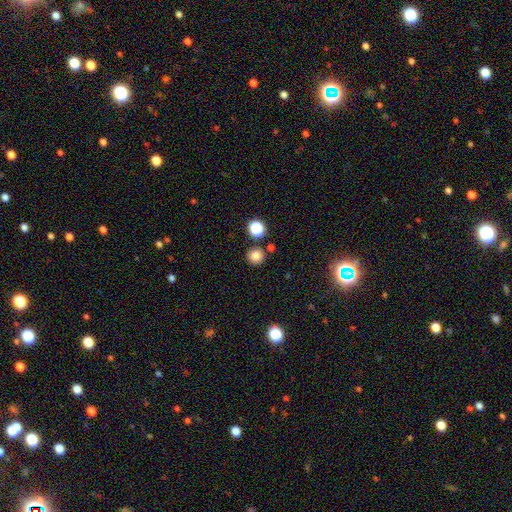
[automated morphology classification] A smooth galaxy with no disk features (80%) that is round (94%).

Vote fractions:
- Smooth or featured? smooth: 80% / star or artifact: 14% / featured or disk: 6%
- How rounded? round: 94% / in between: 5% / cigar-shaped: 1%
- Merging? none: 84% / merger: 7% / minor disturbance: 7% / major disturbance: 2%